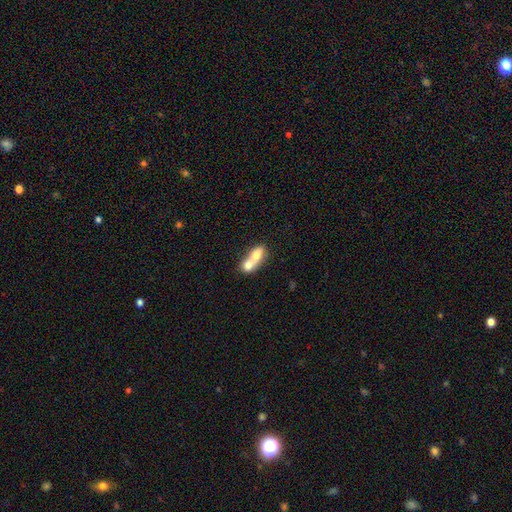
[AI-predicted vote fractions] A smooth galaxy with no disk features (66%) that is in between round and cigar-shaped (67%). Merging: merger (77%).